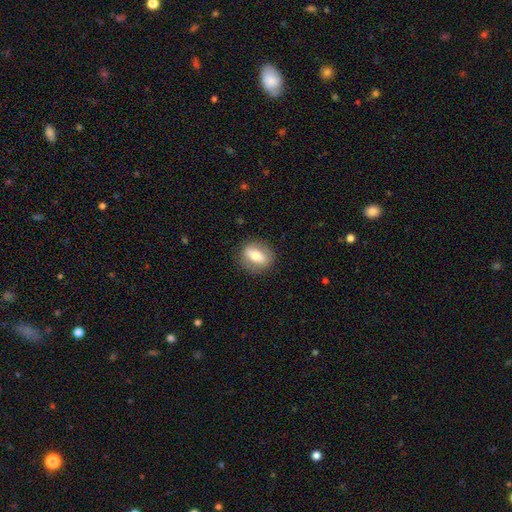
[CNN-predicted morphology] A smooth galaxy with no disk features (63%) that is in between round and cigar-shaped (63%). Merging: none (84%).